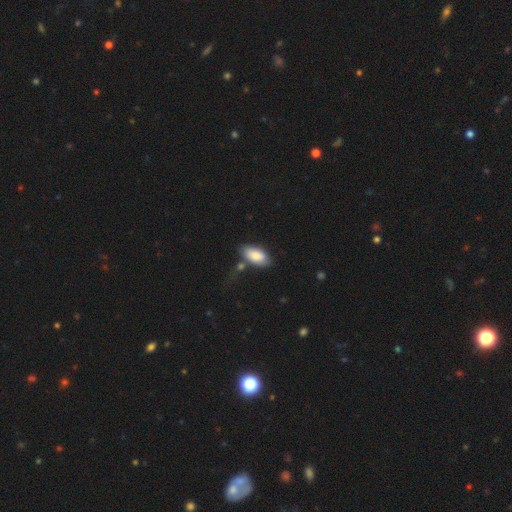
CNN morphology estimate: This is clearly a smooth galaxy (84%). How rounded: clearly in between (93%). Merging: likely none (65%).